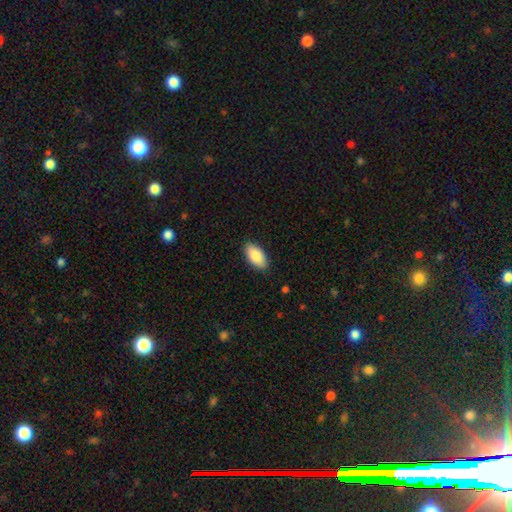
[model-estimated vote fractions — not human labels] smooth-or-featured: smooth: 87% | featured or disk: 7% | star or artifact: 6%
  how-rounded: in between: 94% | cigar-shaped: 3% | round: 2%
  merging: none: 88% | minor disturbance: 9% | major disturbance: 2% | merger: 1%